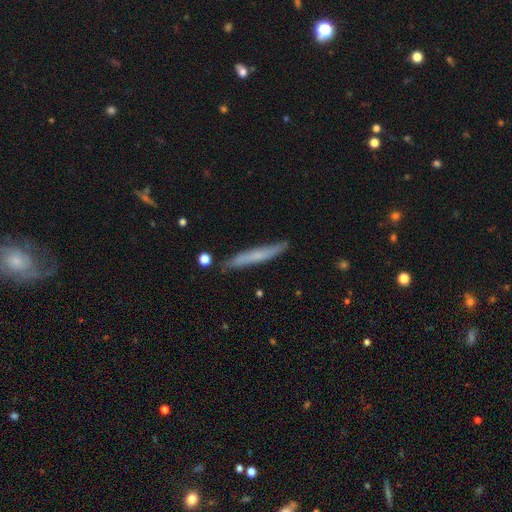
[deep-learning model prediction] Morphology: type=smooth (57%); roundness=cigar-shaped (96%); merging=none (85%).